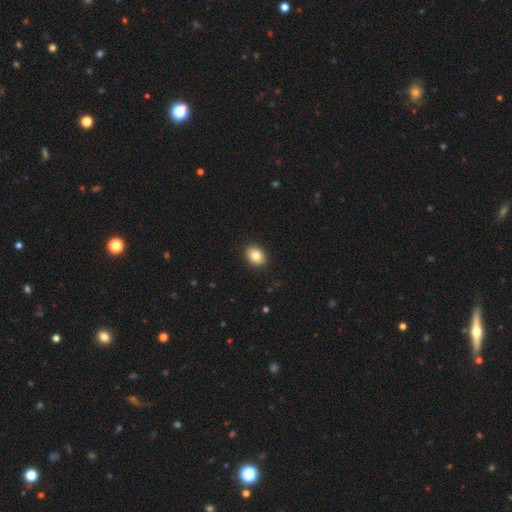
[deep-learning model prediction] Smooth or featured? Predicted: smooth (p=0.82). How rounded? Predicted: in between (p=0.61). Merging? Predicted: none (p=0.91).